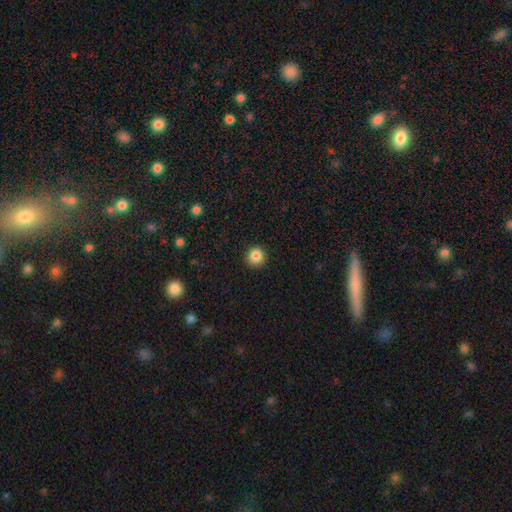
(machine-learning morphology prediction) type=smooth (84%); roundness=round (94%); merging=none (92%).